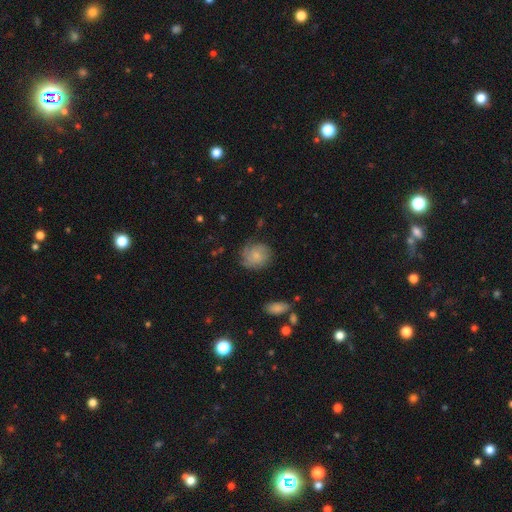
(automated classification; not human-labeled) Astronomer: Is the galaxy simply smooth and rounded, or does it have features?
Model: smooth — 55% (runner-up: featured or disk, 37%).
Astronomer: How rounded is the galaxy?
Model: round — 76%.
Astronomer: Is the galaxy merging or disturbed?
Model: none — 66%.